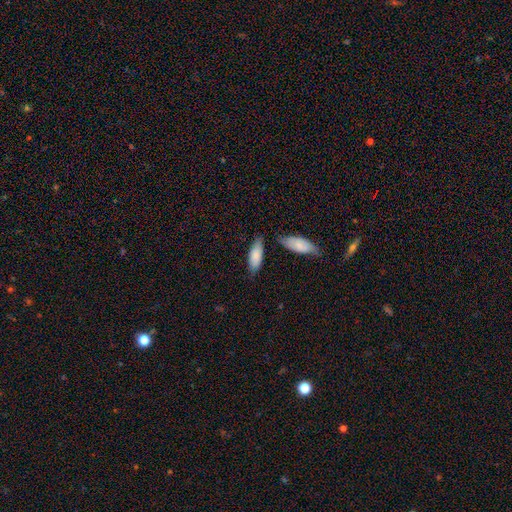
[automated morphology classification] Smooth or featured?
  - smooth: 82% *
  - featured or disk: 12%
  - star or artifact: 6%
How rounded?
  - in between: 73% *
  - cigar-shaped: 25%
  - round: 2%
Merging?
  - none: 63% *
  - minor disturbance: 20%
  - merger: 12%
  - major disturbance: 5%